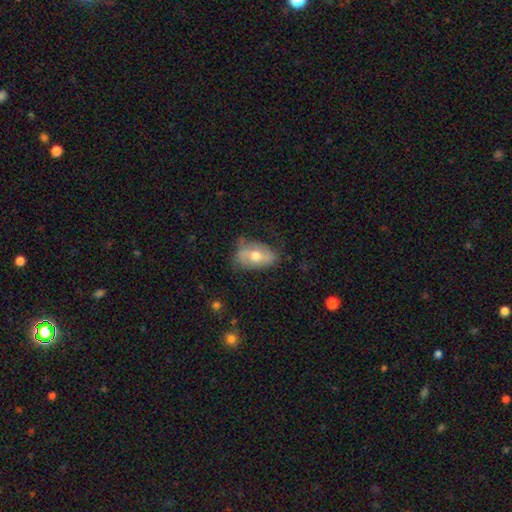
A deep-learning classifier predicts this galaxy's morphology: The model was most divided on "smooth or featured": smooth: 51%, featured or disk: 42%, star or artifact: 7%. More confident: how rounded — in between (87%); merging — none (60%).